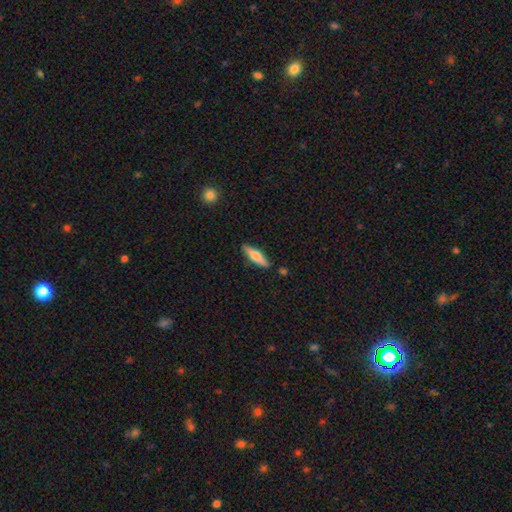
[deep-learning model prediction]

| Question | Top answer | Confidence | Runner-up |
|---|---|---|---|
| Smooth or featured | smooth | 63% | featured or disk (31%) |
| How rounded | cigar-shaped | 67% | in between (31%) |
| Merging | none | 83% | minor disturbance (11%) |